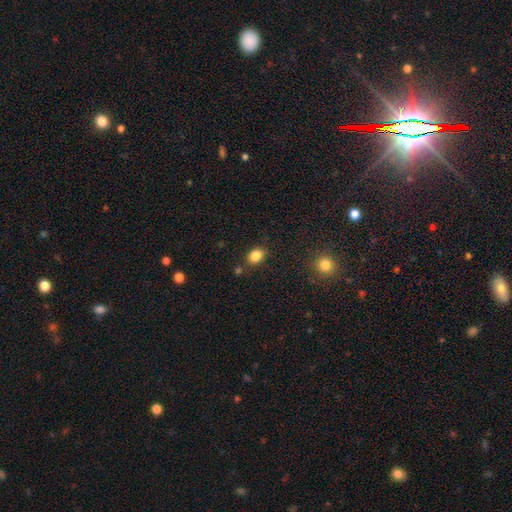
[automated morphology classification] Smooth or featured? smooth (85%)
How rounded? in between (58%)
Merging? none (79%)